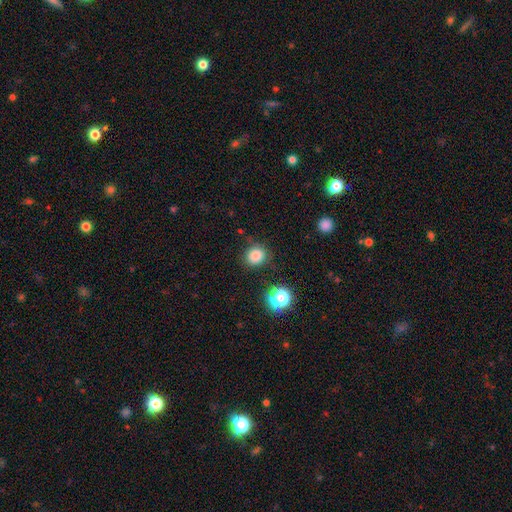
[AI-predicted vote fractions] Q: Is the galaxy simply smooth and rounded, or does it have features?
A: smooth — 82%.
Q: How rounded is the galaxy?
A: round — 79%.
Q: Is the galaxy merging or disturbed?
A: none — 81%.